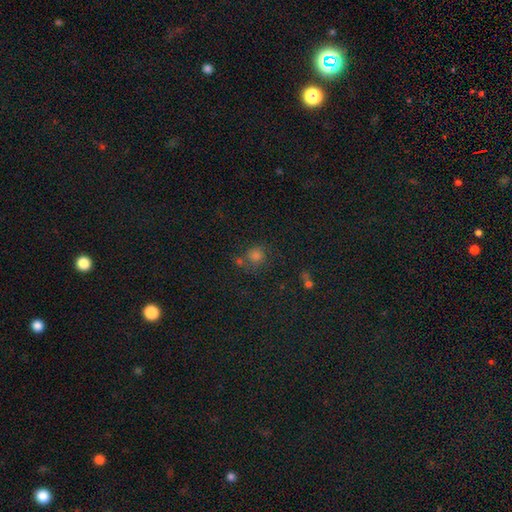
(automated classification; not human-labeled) smooth 65%, star or artifact 25%, featured or disk 10%. Down the decision tree: how rounded — round (84%); merging — none (60%).